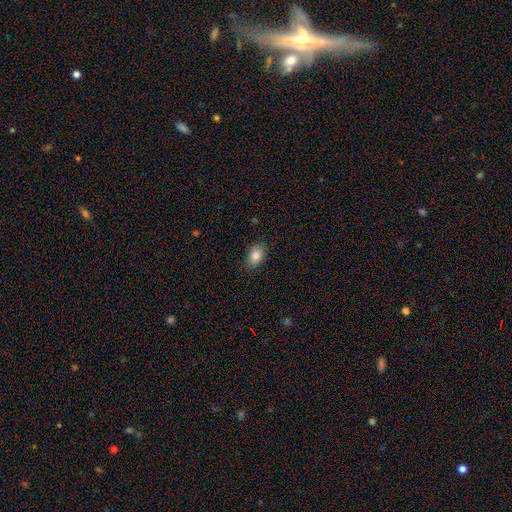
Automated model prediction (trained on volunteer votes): A smooth galaxy with no disk features (84%) that is in between round and cigar-shaped (85%). Merging: none (86%).